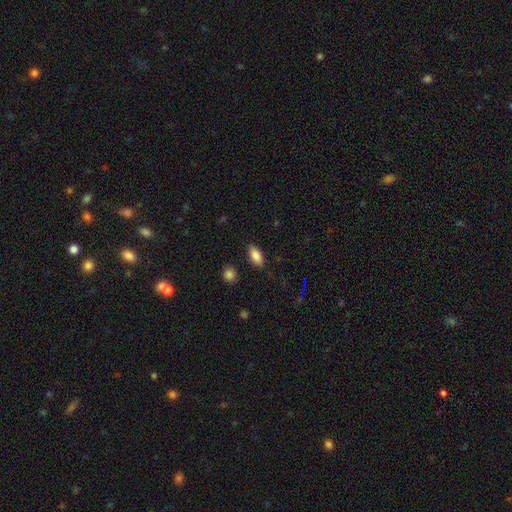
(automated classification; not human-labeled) smooth_or_featured: smooth (p=0.86) [alt: star or artifact p=0.08]
how_rounded: in between (p=0.89) [alt: cigar-shaped p=0.07]
merging: none (p=0.87) [alt: minor disturbance p=0.09]